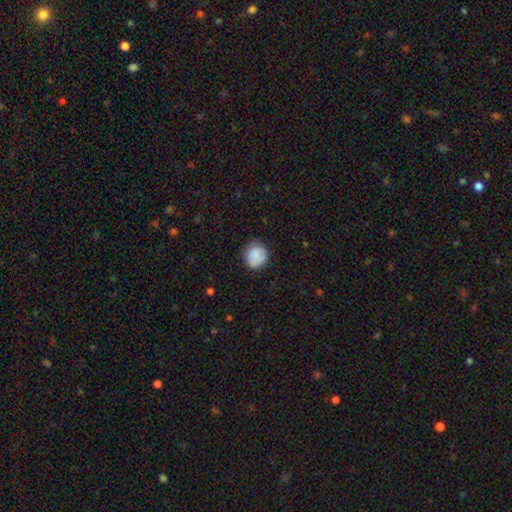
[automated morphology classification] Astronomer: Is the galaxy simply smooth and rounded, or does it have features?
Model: smooth — 87%.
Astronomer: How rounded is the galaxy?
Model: round — 82%.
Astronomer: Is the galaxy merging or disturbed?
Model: none — 81%.